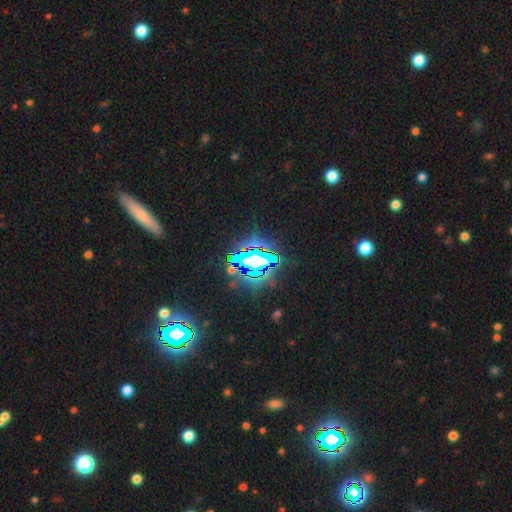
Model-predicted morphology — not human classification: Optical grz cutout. It shows a star or artifact, not a galaxy (78%).